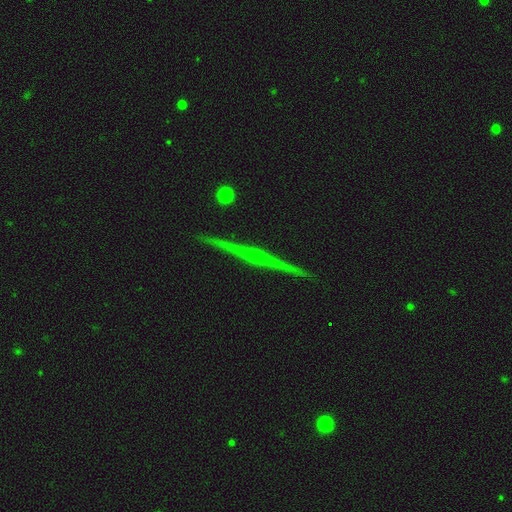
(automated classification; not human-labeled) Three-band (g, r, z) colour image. It shows a featured or disk galaxy (81%) viewed edge-on (98%) with a rounded central bulge (47%). Merging: none (93%).